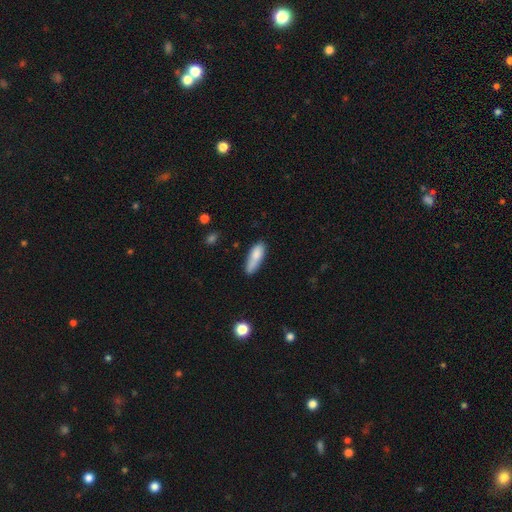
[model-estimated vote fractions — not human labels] Q: Smooth or featured?
A: smooth (80%); runner-up: featured or disk (12%)
Q: How rounded?
A: in between (50%); runner-up: cigar-shaped (48%)
Q: Merging?
A: none (54%); runner-up: minor disturbance (31%)